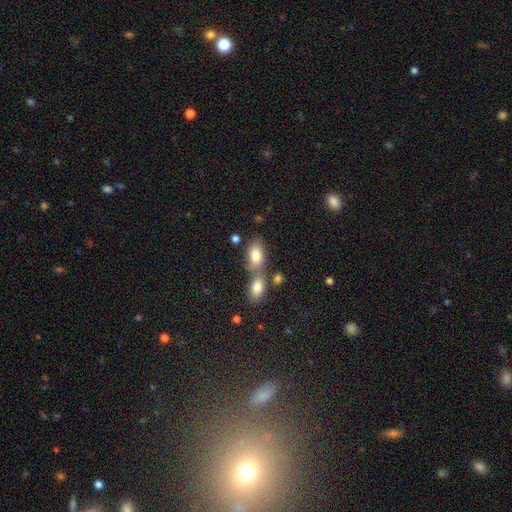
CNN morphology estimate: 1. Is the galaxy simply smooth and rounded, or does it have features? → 81% smooth, 11% featured or disk, 8% star or artifact.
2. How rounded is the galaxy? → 90% in between, 6% round, 4% cigar-shaped.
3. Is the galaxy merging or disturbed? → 43% none, 41% merger, 12% minor disturbance, 4% major disturbance.